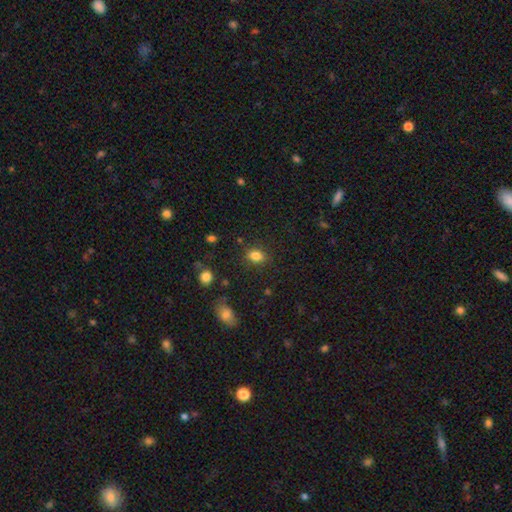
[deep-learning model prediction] Overall: smooth (83%). How rounded: in between (67%; round 31%). Merging: none (83%).